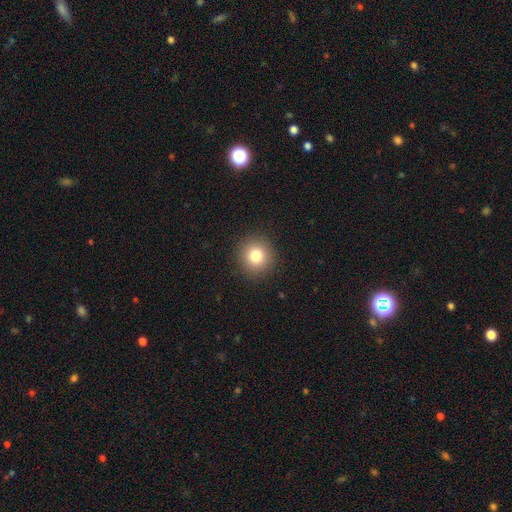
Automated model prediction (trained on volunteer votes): smooth 81%, star or artifact 11%, featured or disk 8%. Down the decision tree: how rounded — round (92%); merging — none (91%).